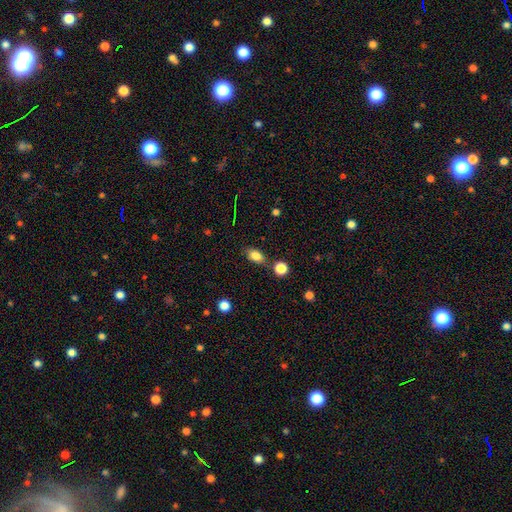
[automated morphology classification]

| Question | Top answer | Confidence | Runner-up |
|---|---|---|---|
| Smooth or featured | smooth | 82% | star or artifact (10%) |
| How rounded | in between | 83% | round (14%) |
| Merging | none | 74% | minor disturbance (14%) |